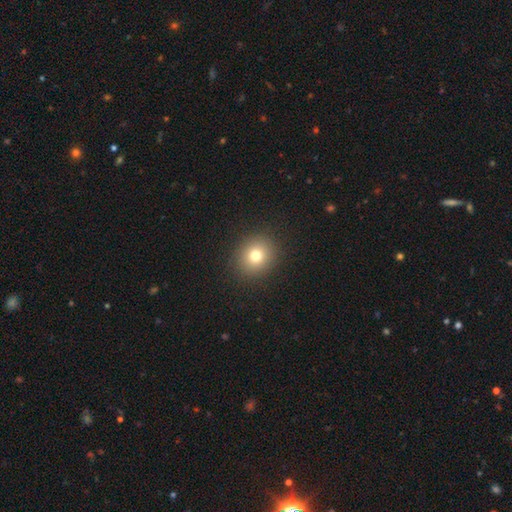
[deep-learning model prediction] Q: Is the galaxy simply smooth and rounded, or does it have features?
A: smooth — 76%.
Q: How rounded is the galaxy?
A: round — 77%.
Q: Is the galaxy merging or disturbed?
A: none — 90%.